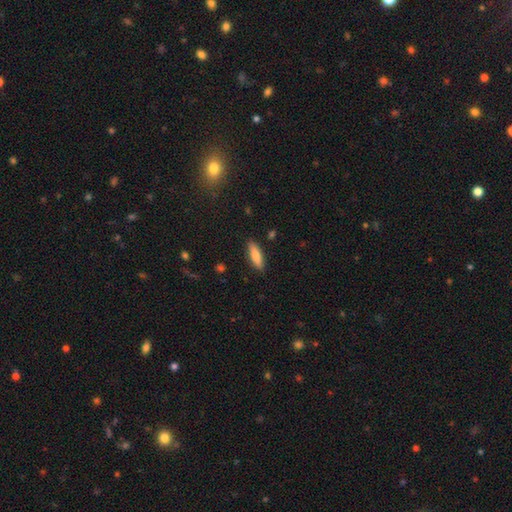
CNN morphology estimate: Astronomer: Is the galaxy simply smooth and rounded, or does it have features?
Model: smooth — 79%.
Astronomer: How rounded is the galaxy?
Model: cigar-shaped — 56% (runner-up: in between, 42%).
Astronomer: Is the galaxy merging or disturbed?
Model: none — 87%.